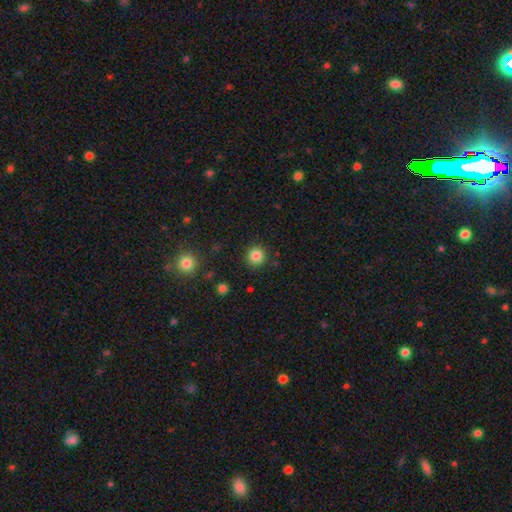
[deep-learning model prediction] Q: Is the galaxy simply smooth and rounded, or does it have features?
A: smooth — 84%.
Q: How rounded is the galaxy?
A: round — 93%.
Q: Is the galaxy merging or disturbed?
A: none — 90%.